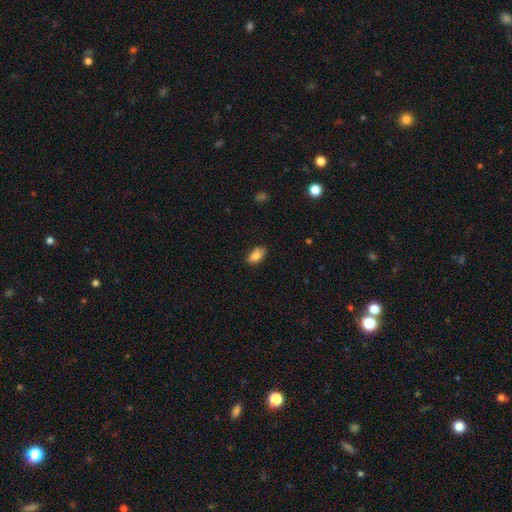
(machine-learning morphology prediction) This is clearly a smooth galaxy (83%). How rounded: clearly in between (90%). Merging: likely none (75%).